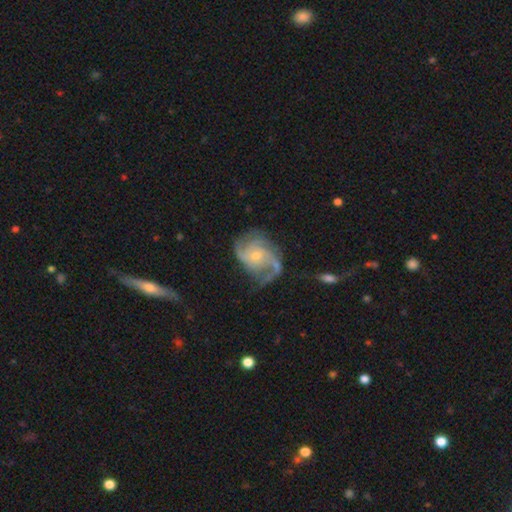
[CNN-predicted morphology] Smooth or featured?
  - featured or disk: 87% *
  - smooth: 7%
  - star or artifact: 6%
Edge-on disk?
  - no: 98% *
  - yes: 2%
Bar?
  - no: 69% *
  - weak: 26%
  - strong: 5%
Spiral arms?
  - yes: 97% *
  - no: 3%
Spiral winding?
  - medium: 48% *
  - tight: 32%
  - loose: 20%
Spiral arm count?
  - 3: 38% *
  - 2: 31%
  - can't tell: 13%
  - 4: 8%
  - 1: 5%
  - more than 4: 5%
Bulge size?
  - small: 63% *
  - moderate: 33%
  - none: 2%
  - large: 1%
  - dominant: 1%
Merging?
  - none: 60% *
  - minor disturbance: 23%
  - major disturbance: 14%
  - merger: 3%